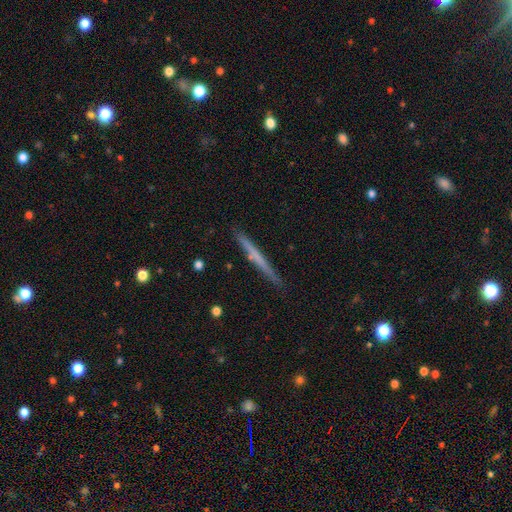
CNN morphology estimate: Q: Smooth or featured?
A: smooth (49%); runner-up: featured or disk (46%)
Q: Merging?
A: none (89%); runner-up: minor disturbance (8%)